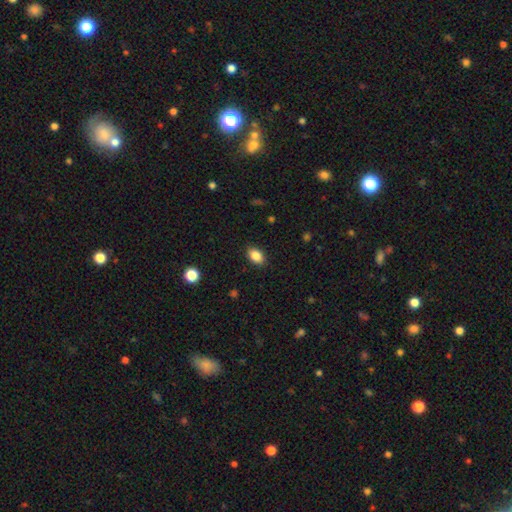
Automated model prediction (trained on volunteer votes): This appears to be a smooth galaxy with no disk features (87%) that is in between round and cigar-shaped (85%). Merging: none (88%).